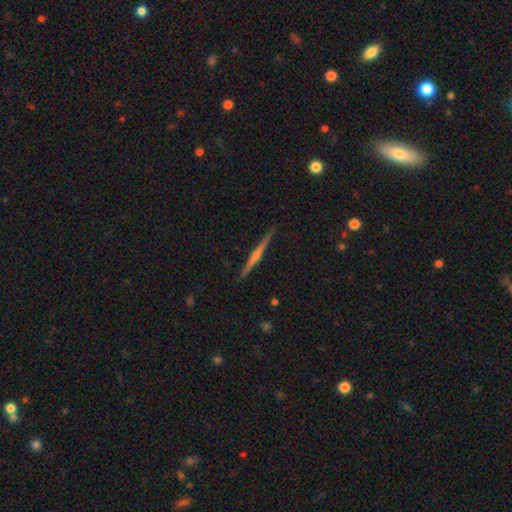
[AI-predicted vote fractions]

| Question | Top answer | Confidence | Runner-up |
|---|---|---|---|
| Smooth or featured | featured or disk | 79% | smooth (15%) |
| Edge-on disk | yes | 99% | no (1%) |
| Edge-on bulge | rounded | 80% | none (14%) |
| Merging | none | 91% | minor disturbance (7%) |